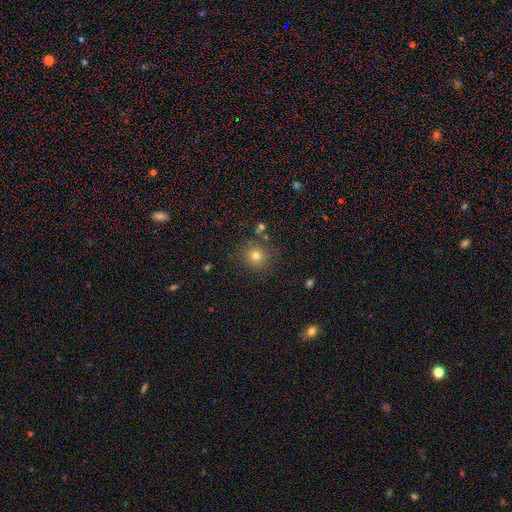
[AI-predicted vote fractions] Smooth or featured: smooth — 77% (star or artifact — 15%)
How rounded: round — 91% (in between — 8%)
Merging: none — 83% (minor disturbance — 9%)